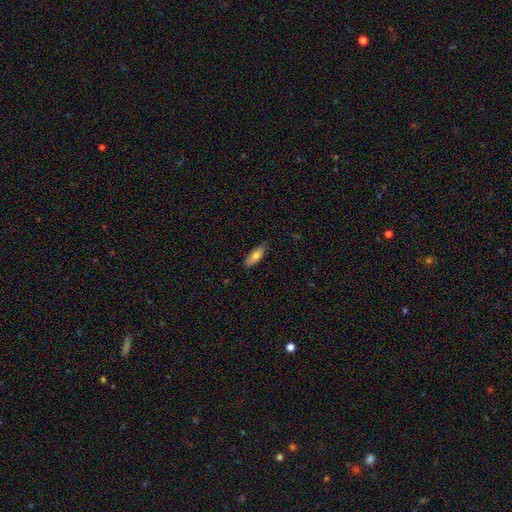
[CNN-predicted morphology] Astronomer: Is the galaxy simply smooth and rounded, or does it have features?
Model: smooth — 74%.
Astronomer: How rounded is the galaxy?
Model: in between — 74%.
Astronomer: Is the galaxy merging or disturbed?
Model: none — 82%.